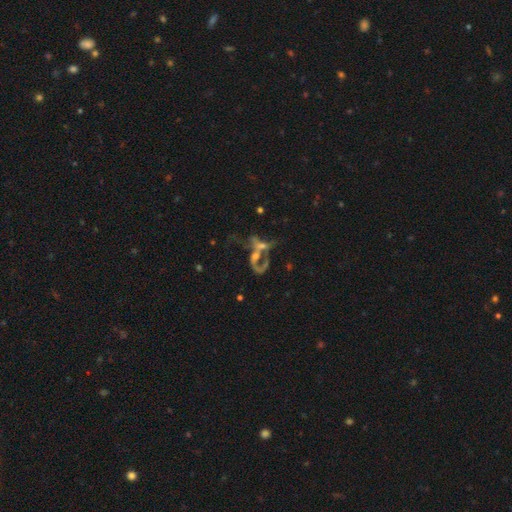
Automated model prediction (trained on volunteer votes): Smooth or featured: featured or disk — 63% (smooth — 19%)
Edge-on disk: no — 93% (yes — 7%)
Bar: no — 74% (weak — 19%)
Spiral arms: no — 51% (yes — 49%)
Bulge size: moderate — 38% (small — 28%)
Merging: merger — 56% (major disturbance — 21%)